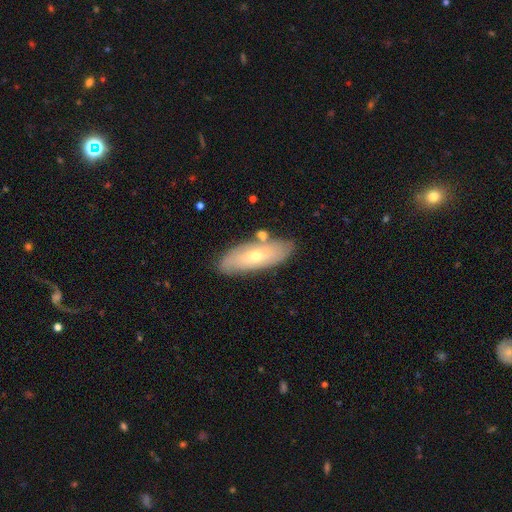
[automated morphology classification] A smooth galaxy with no disk features (49%). Merging: none (78%).